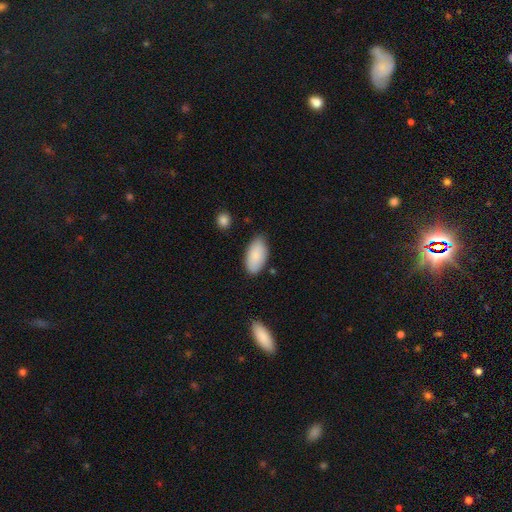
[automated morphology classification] smooth 87%, featured or disk 7%, star or artifact 6%. Down the decision tree: how rounded — in between (95%); merging — none (79%).